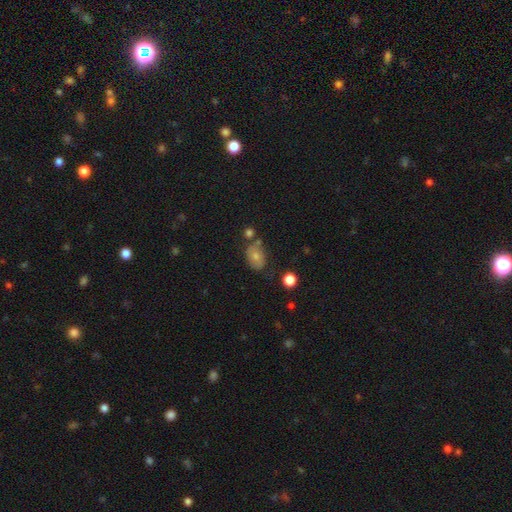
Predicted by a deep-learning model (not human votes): A smooth galaxy with no disk features (72%) that is in between round and cigar-shaped (80%). Merging: none (60%).